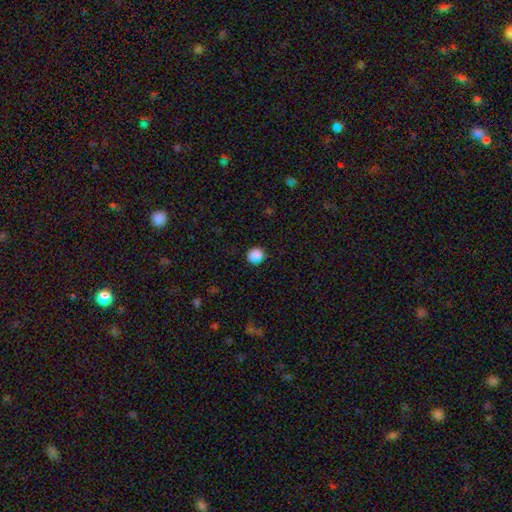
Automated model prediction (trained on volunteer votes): The model was most divided on "how rounded": round: 82%, in between: 17%, cigar-shaped: 1%. More confident: smooth or featured — smooth (88%); merging — none (87%).